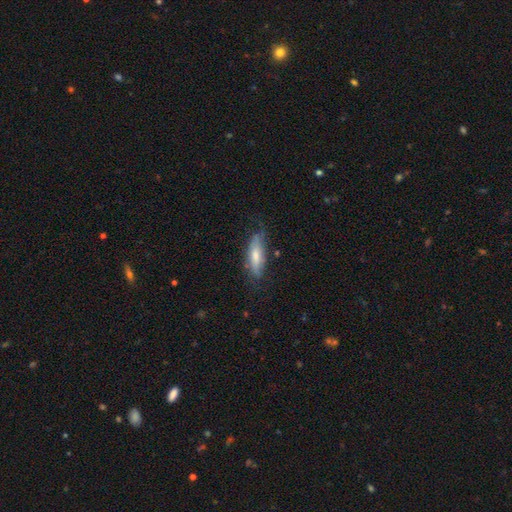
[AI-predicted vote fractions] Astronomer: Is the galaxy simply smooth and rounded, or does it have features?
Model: smooth — 60%.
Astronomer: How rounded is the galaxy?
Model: in between — 50% (runner-up: cigar-shaped, 48%).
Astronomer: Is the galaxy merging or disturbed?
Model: none — 59%.